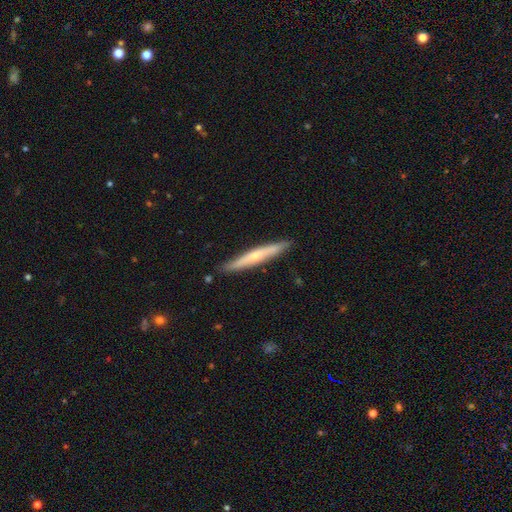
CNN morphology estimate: Overall: featured or disk (56%; smooth 39%). Edge-on disk: yes (94%). Edge-on bulge: rounded (67%; none 29%). Merging: none (88%).